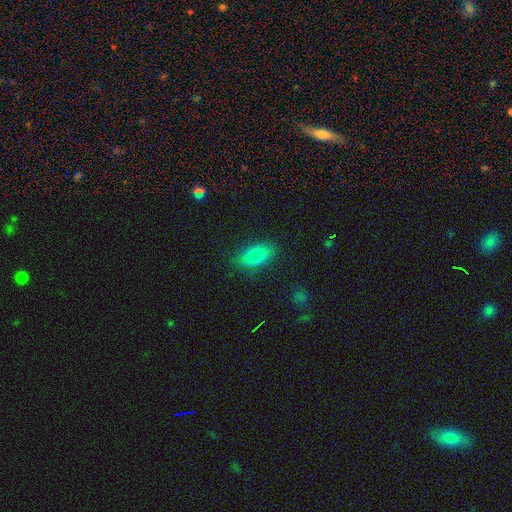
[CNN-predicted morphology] This is clearly a smooth galaxy (83%). How rounded: clearly in between (90%). Merging: clearly none (84%).